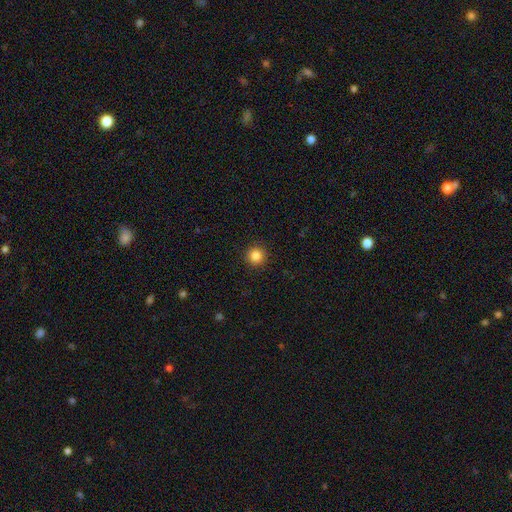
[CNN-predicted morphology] Smooth or featured? smooth (86%)
How rounded? round (96%)
Merging? none (93%)